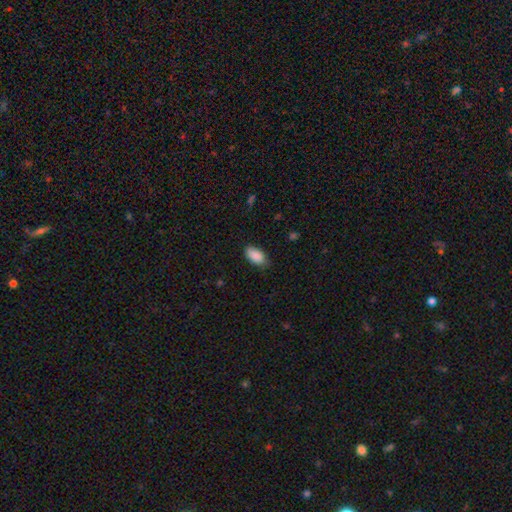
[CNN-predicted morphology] Smooth or featured? smooth (89%)
How rounded? in between (94%)
Merging? none (75%)